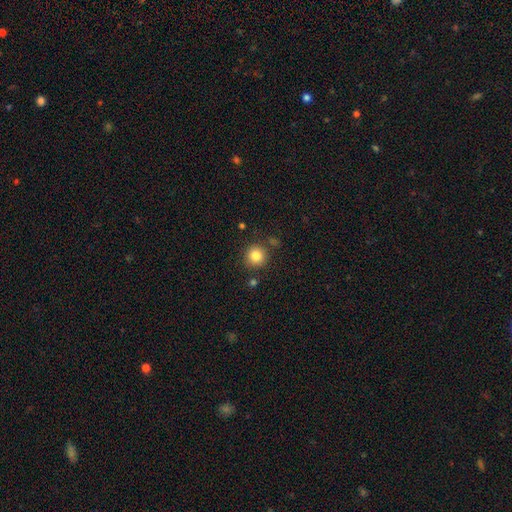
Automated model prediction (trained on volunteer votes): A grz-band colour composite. It shows a smooth galaxy with no disk features (83%) that is round (93%). Merging: none (83%).